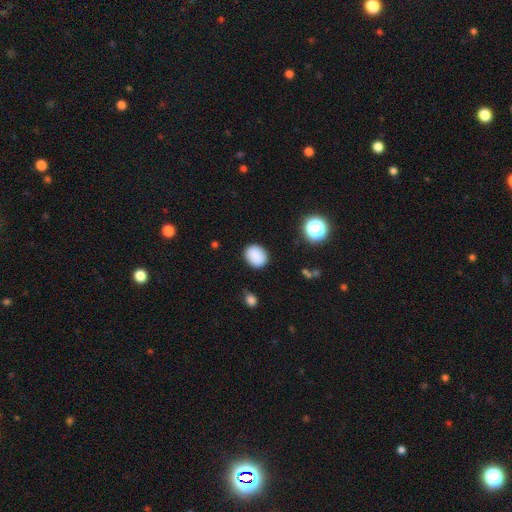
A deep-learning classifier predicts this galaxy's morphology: The model was most divided on "how rounded": round: 57%, in between: 42%, cigar-shaped: 1%. More confident: smooth or featured — smooth (87%); merging — none (86%).